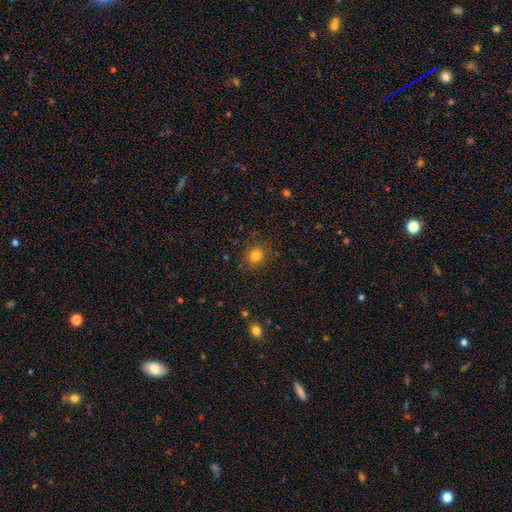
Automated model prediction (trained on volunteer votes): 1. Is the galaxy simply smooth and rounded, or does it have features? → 80% smooth, 14% star or artifact, 6% featured or disk.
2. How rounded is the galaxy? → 81% round, 19% in between, 1% cigar-shaped.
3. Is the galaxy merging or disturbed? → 86% none, 9% minor disturbance, 3% major disturbance, 1% merger.